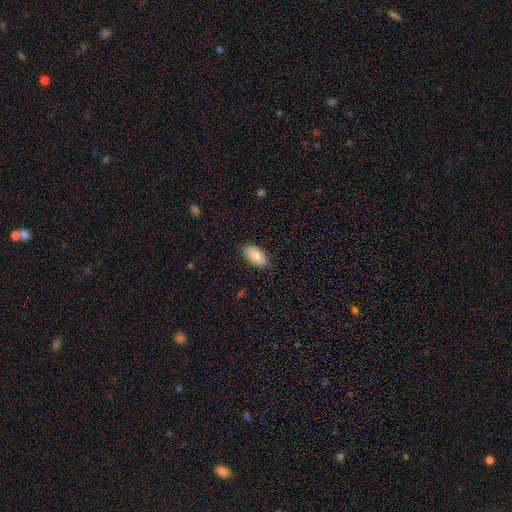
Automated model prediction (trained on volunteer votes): A smooth galaxy with no disk features (81%) that is in between round and cigar-shaped (95%).

Vote fractions:
- Smooth or featured? smooth: 81% / featured or disk: 13% / star or artifact: 6%
- How rounded? in between: 95% / round: 3% / cigar-shaped: 2%
- Merging? none: 85% / minor disturbance: 11% / major disturbance: 2% / merger: 1%